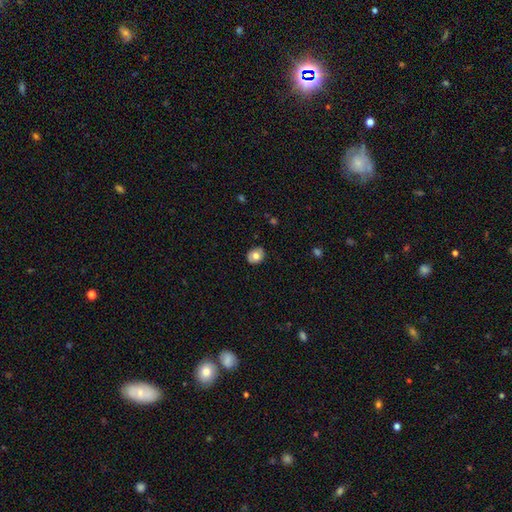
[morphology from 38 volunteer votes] Smooth or featured? smooth (68%)
How rounded? round (58%)
Merging? none (79%)